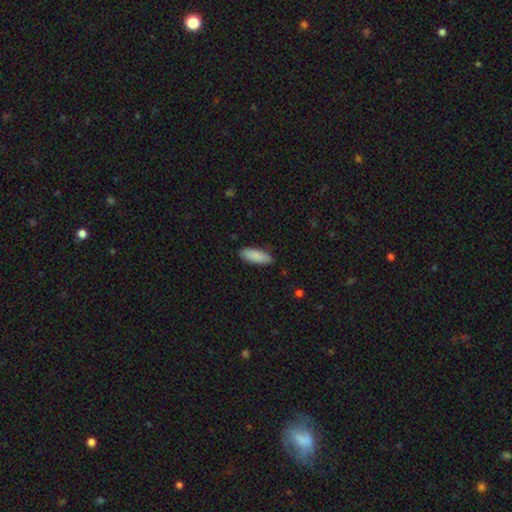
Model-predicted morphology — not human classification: This is clearly a smooth galaxy (88%). How rounded: likely in between (68%). Merging: clearly none (86%).